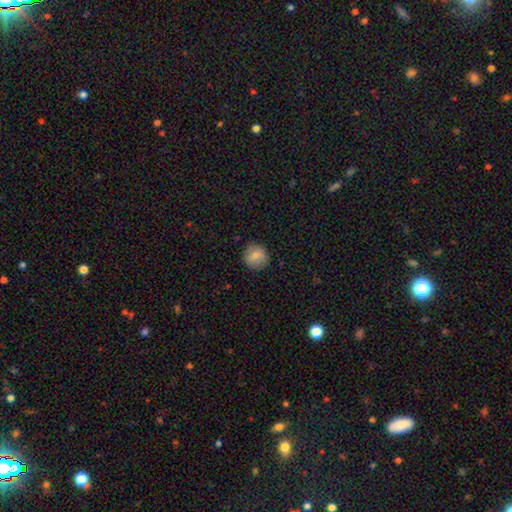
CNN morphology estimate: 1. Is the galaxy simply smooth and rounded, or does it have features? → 84% smooth, 8% featured or disk, 8% star or artifact.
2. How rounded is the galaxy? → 92% round, 7% in between, 1% cigar-shaped.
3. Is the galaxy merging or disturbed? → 86% none, 10% minor disturbance, 3% major disturbance, 1% merger.